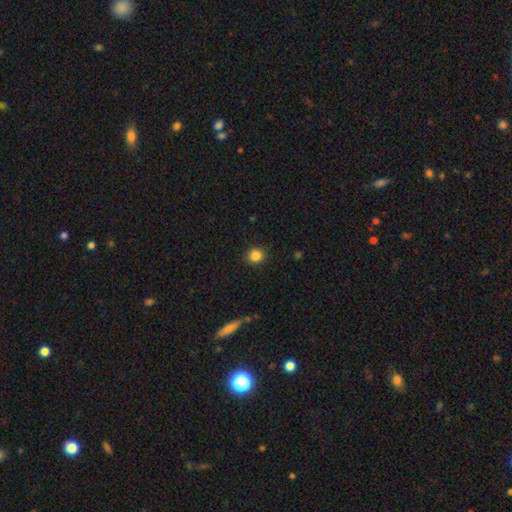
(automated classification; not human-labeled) smooth_or_featured: smooth (p=0.85) [alt: star or artifact p=0.11]
how_rounded: round (p=0.89) [alt: in between p=0.10]
merging: none (p=0.90) [alt: minor disturbance p=0.07]